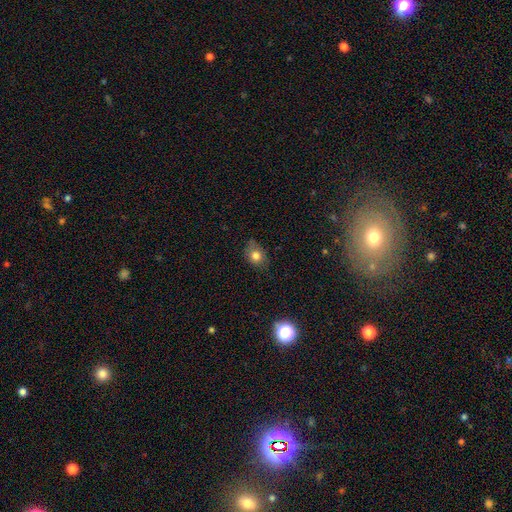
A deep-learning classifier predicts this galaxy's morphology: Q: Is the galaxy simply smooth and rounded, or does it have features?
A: smooth — 76%.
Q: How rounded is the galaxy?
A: in between — 53%.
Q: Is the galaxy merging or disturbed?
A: none — 66%.